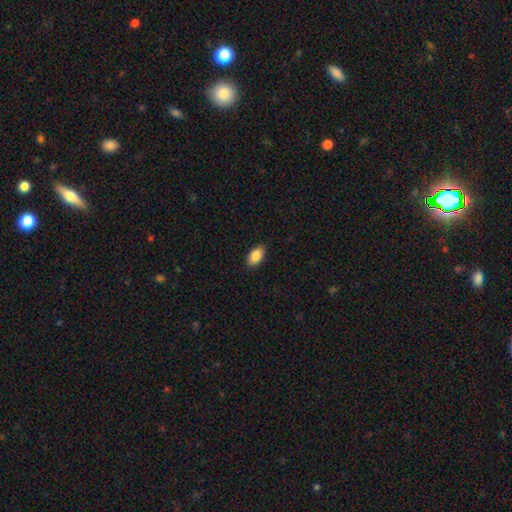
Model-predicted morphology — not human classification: This appears to be a smooth galaxy with no disk features (87%) that is in between round and cigar-shaped (93%). Merging: none (89%).